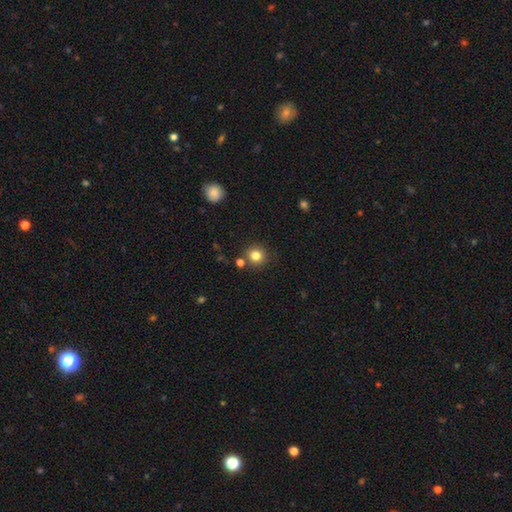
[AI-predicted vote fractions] smooth 82%, star or artifact 12%, featured or disk 6%. Down the decision tree: how rounded — round (90%); merging — none (82%).